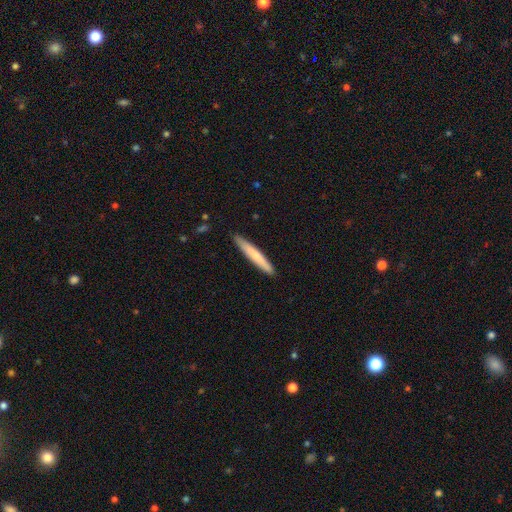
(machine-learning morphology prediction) Overall: smooth (69%). How rounded: cigar-shaped (95%). Merging: none (89%).